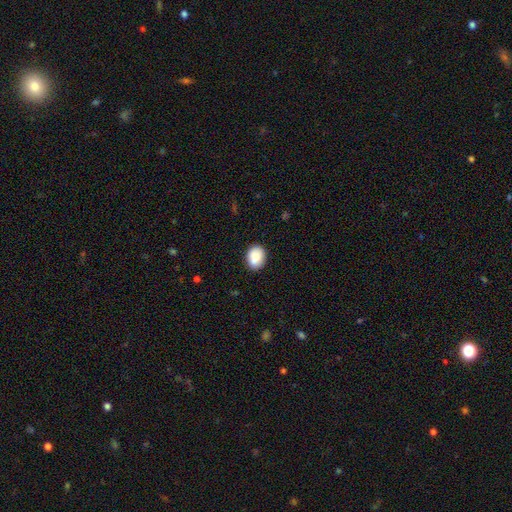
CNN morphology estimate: The model was most divided on "how rounded": in between: 62%, round: 37%, cigar-shaped: 1%. More confident: smooth or featured — smooth (87%); merging — none (84%).